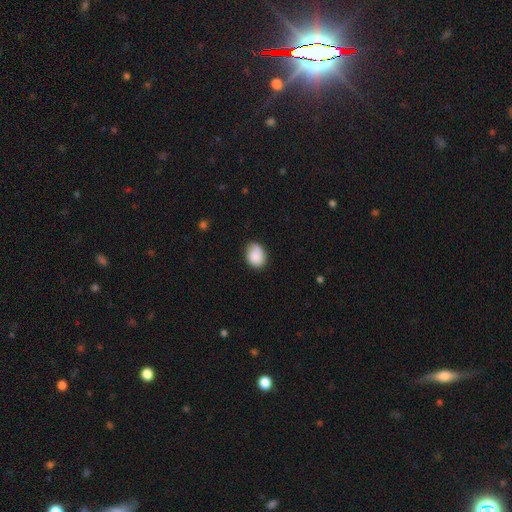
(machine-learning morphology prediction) This appears to be a smooth galaxy with no disk features (86%) that is in between round and cigar-shaped (57%). Merging: none (72%).